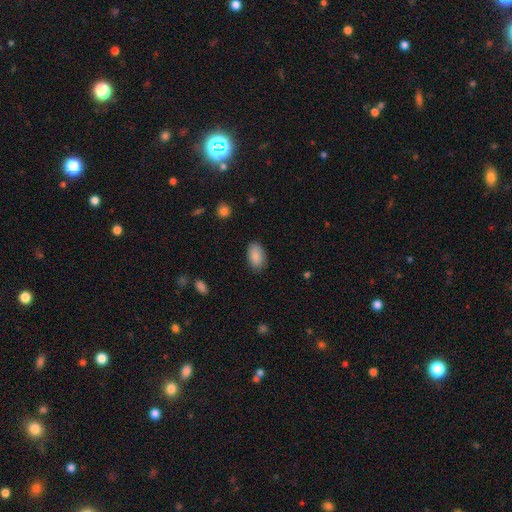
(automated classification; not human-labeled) This is clearly a smooth galaxy (89%). How rounded: clearly in between (93%). Merging: clearly none (84%).